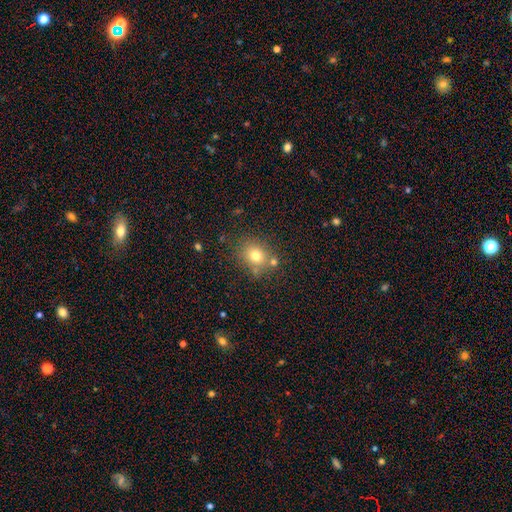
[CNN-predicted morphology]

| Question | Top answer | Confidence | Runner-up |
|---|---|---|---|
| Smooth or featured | smooth | 73% | star or artifact (15%) |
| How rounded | round | 70% | in between (29%) |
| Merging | none | 71% | minor disturbance (13%) |